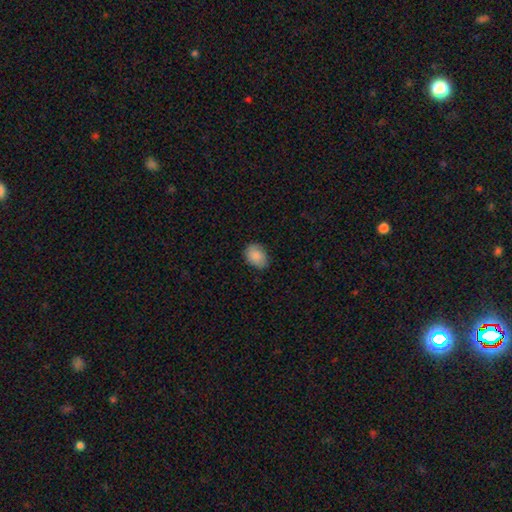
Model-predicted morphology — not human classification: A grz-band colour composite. It shows a smooth galaxy with no disk features (88%) that is in between round and cigar-shaped (72%). Merging: none (75%).